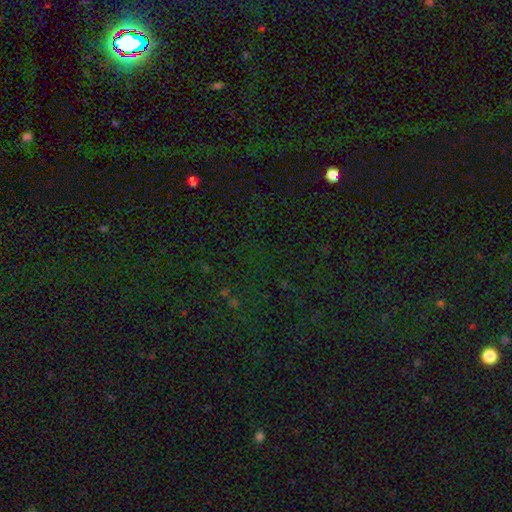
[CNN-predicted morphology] Smooth or featured? star or artifact (78%)